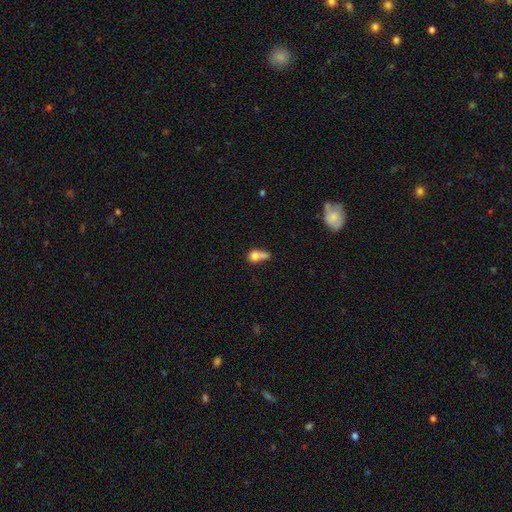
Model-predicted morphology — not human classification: smooth-or-featured: smooth: 72% | featured or disk: 18% | star or artifact: 10%
  how-rounded: in between: 48% | round: 47% | cigar-shaped: 5%
  merging: merger: 53% | none: 23% | minor disturbance: 13% | major disturbance: 12%